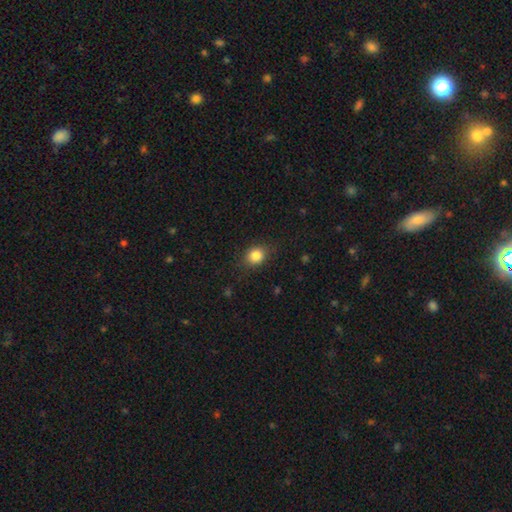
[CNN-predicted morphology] Smooth or featured?
  - smooth: 84% *
  - star or artifact: 10%
  - featured or disk: 6%
How rounded?
  - round: 63% *
  - in between: 36%
  - cigar-shaped: 1%
Merging?
  - none: 82% *
  - minor disturbance: 14%
  - major disturbance: 4%
  - merger: 1%